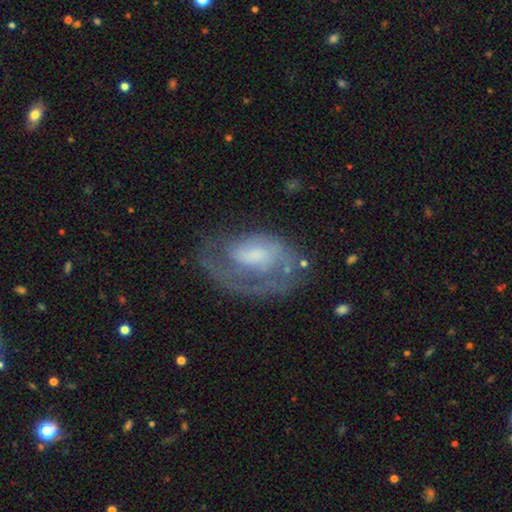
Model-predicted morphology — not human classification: type=featured or disk (70%); edge-on=no (97%); bar=no (57%); spiral arms=yes (79%); winding=tight (47%); arm count=1 (61%); bulge=moderate (33%); merging=none (51%).